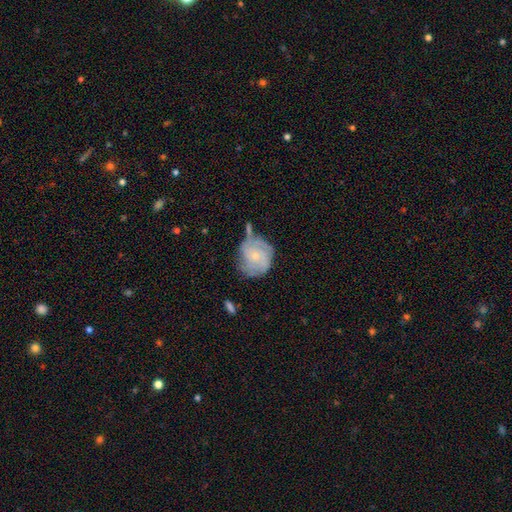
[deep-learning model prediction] Morphology: type=featured or disk (65%); edge-on=no (97%); bar=no (76%); spiral arms=yes (84%); winding=tight (57%); arm count=can't tell (41%); bulge=small (77%); merging=none (47%).